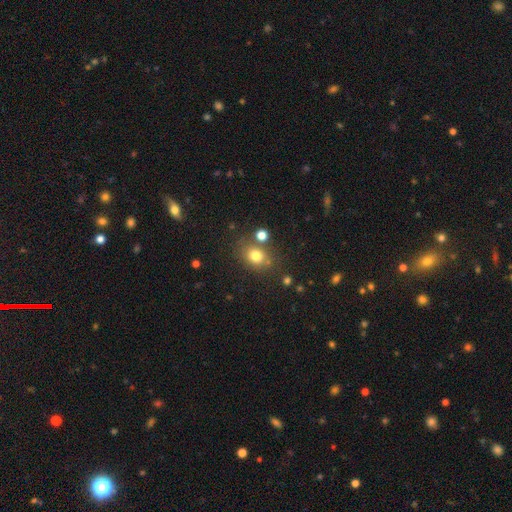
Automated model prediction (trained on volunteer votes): The model was most divided on "how rounded": round: 56%, in between: 43%, cigar-shaped: 1%. More confident: smooth or featured — smooth (76%); merging — none (71%).